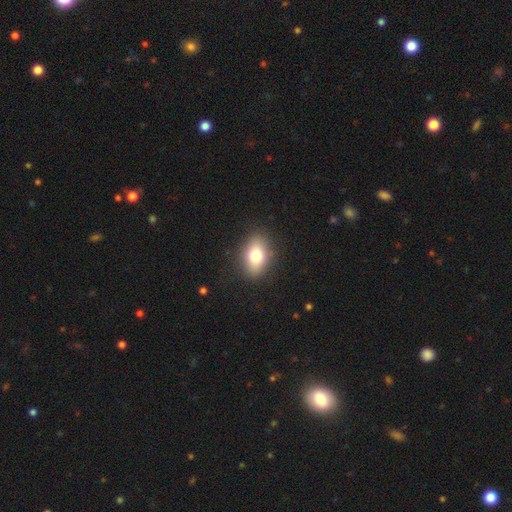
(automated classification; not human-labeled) Smooth or featured?
  - smooth: 76% *
  - featured or disk: 15%
  - star or artifact: 9%
How rounded?
  - in between: 80% *
  - round: 18%
  - cigar-shaped: 2%
Merging?
  - none: 87% *
  - minor disturbance: 9%
  - major disturbance: 3%
  - merger: 1%